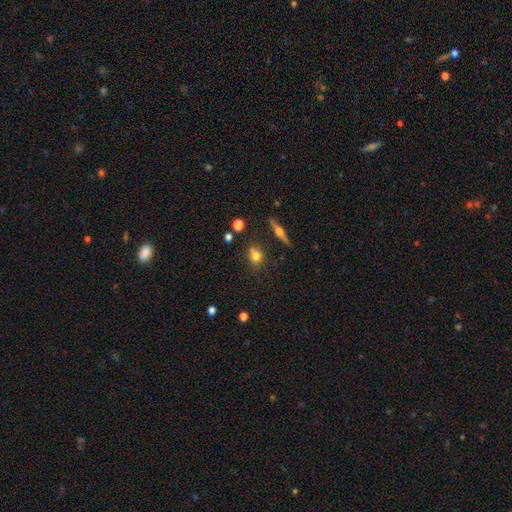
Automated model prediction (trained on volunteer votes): Smooth or featured? Predicted: smooth (p=0.71). How rounded? Predicted: round (p=0.64). Merging? Predicted: none (p=0.67).